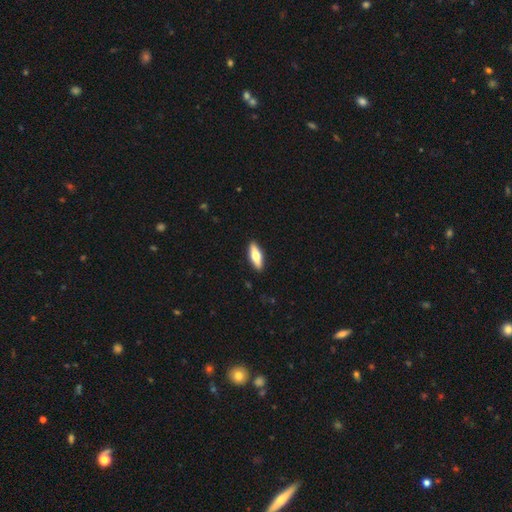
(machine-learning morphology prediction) The model was most divided on "how rounded": in between: 49%, cigar-shaped: 48%, round: 2%. More confident: merging — none (90%); smooth or featured — smooth (57%).